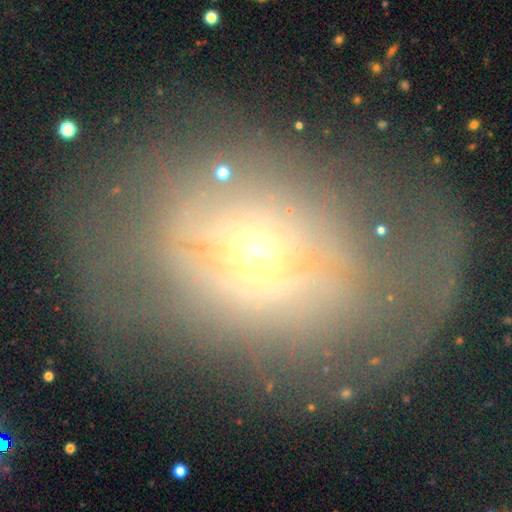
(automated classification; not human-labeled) Smooth or featured? Predicted: featured or disk (p=0.49). Merging? Predicted: none (p=0.43).